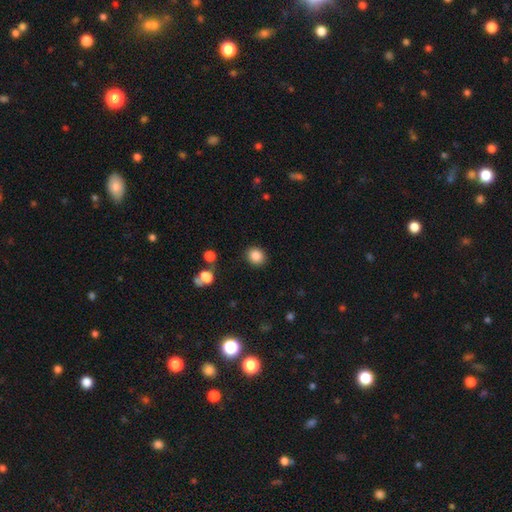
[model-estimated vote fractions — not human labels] Morphology: type=smooth (85%); roundness=round (72%); merging=none (89%).